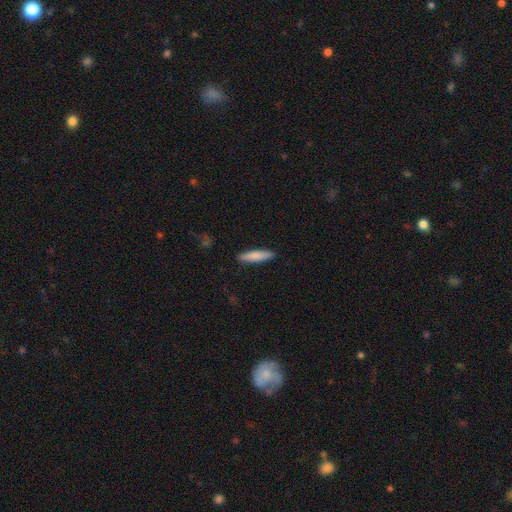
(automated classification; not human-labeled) This is clearly a smooth galaxy (81%). How rounded: clearly cigar-shaped (82%). Merging: clearly none (90%).